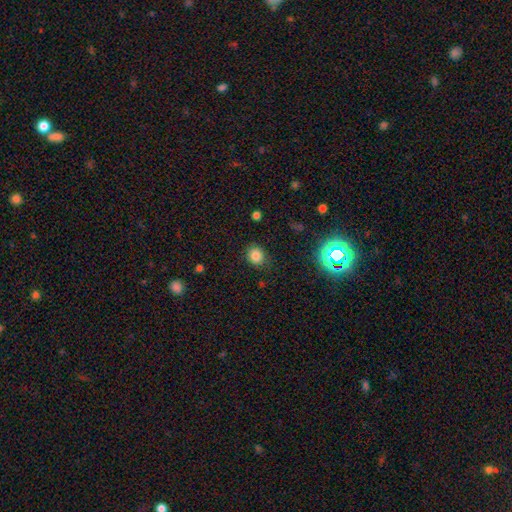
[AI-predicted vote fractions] Smooth or featured: smooth — 81% (star or artifact — 14%)
How rounded: round — 73% (in between — 26%)
Merging: none — 83% (minor disturbance — 12%)